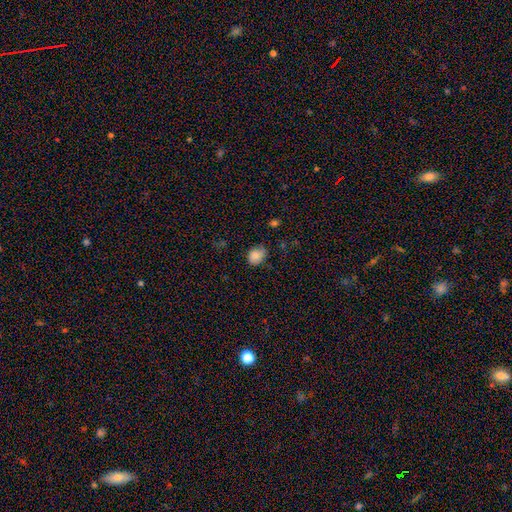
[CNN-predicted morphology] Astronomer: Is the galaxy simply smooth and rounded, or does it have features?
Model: smooth — 82%.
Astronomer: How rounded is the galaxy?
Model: round — 53% (runner-up: in between, 46%).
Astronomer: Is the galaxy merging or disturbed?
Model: none — 67%.